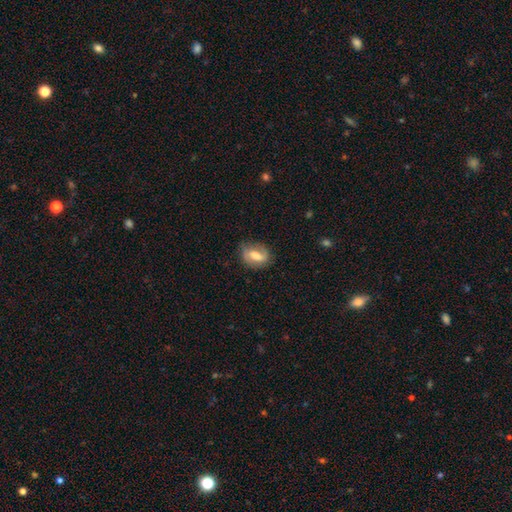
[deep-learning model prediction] Smooth or featured: smooth — 49% (featured or disk — 43%)
Merging: none — 66% (minor disturbance — 24%)